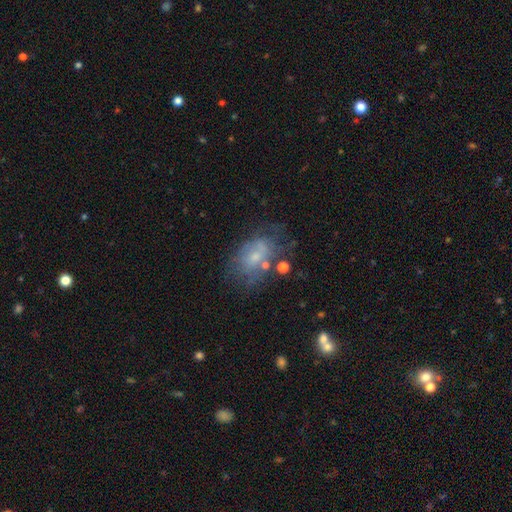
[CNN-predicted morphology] This appears to be a featured or disk galaxy (45%). Merging: none (43%).